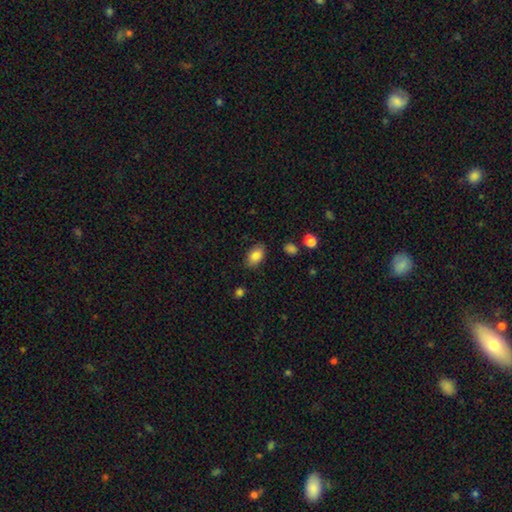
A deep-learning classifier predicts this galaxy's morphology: smooth_or_featured: smooth (p=0.85) [alt: star or artifact p=0.08]
how_rounded: in between (p=0.89) [alt: round p=0.10]
merging: none (p=0.82) [alt: minor disturbance p=0.13]